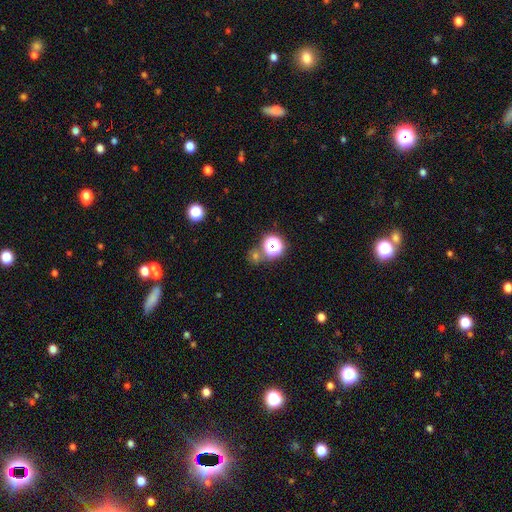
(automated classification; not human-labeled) Smooth or featured? smooth (47%)
Merging? none (69%)